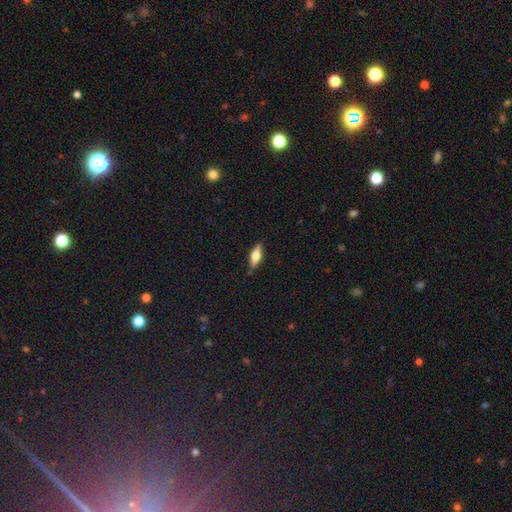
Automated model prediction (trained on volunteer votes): This appears to be a smooth galaxy with no disk features (50%). Merging: none (83%).